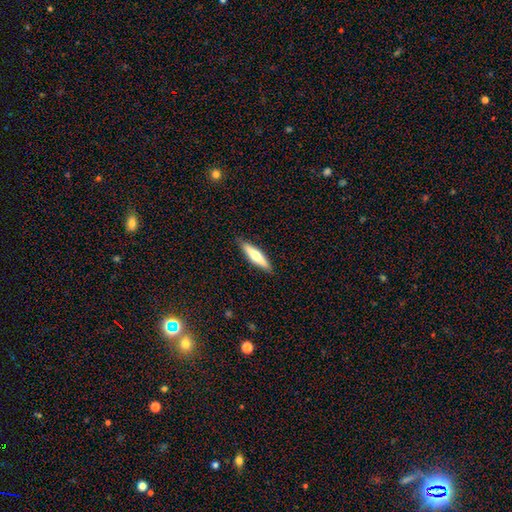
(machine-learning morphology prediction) type=smooth (50%); merging=none (89%).